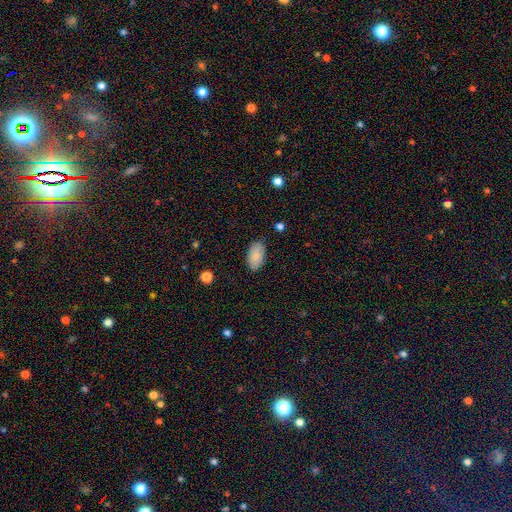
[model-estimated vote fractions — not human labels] Smooth or featured? smooth (84%)
How rounded? in between (95%)
Merging? none (85%)